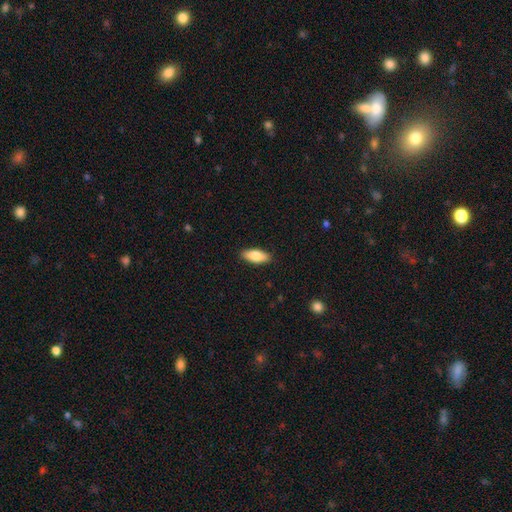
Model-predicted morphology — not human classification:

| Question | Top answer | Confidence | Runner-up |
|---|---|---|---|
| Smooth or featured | smooth | 80% | featured or disk (14%) |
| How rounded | in between | 80% | cigar-shaped (17%) |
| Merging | none | 89% | minor disturbance (8%) |